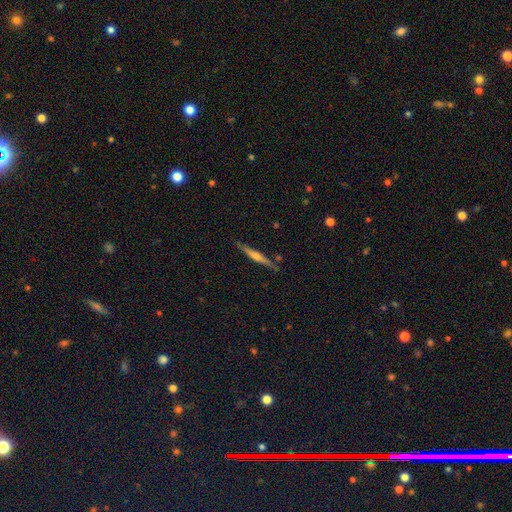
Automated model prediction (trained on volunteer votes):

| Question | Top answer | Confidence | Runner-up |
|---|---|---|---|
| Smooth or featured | featured or disk | 72% | smooth (22%) |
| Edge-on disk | yes | 98% | no (2%) |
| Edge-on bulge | rounded | 68% | none (19%) |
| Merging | none | 87% | minor disturbance (9%) |